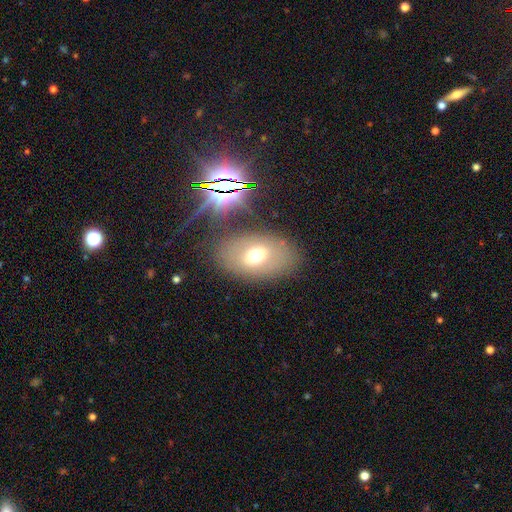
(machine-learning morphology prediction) smooth_or_featured: smooth (p=0.57) [alt: featured or disk p=0.29]
how_rounded: in between (p=0.84) [alt: round p=0.15]
merging: none (p=0.77) [alt: minor disturbance p=0.12]